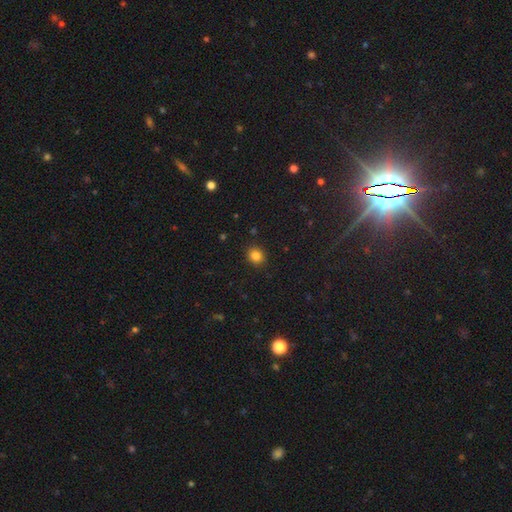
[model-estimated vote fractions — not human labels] A smooth galaxy with no disk features (84%) that is round (73%).

Vote fractions:
- Smooth or featured? smooth: 84% / star or artifact: 12% / featured or disk: 5%
- How rounded? round: 73% / in between: 26% / cigar-shaped: 1%
- Merging? none: 89% / minor disturbance: 8% / major disturbance: 2% / merger: 1%